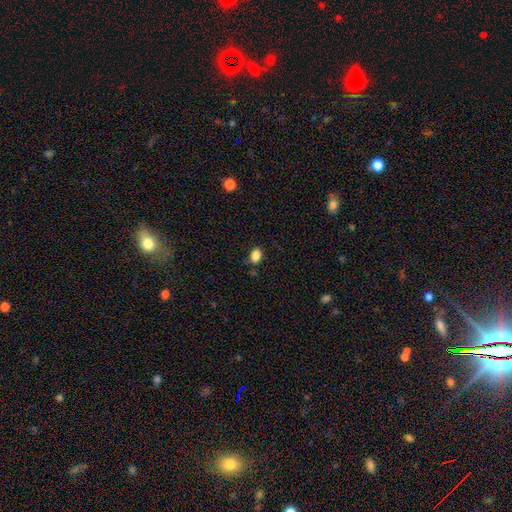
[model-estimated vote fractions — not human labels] Smooth or featured: smooth — 86% (star or artifact — 10%)
How rounded: in between — 83% (round — 16%)
Merging: none — 82% (minor disturbance — 13%)